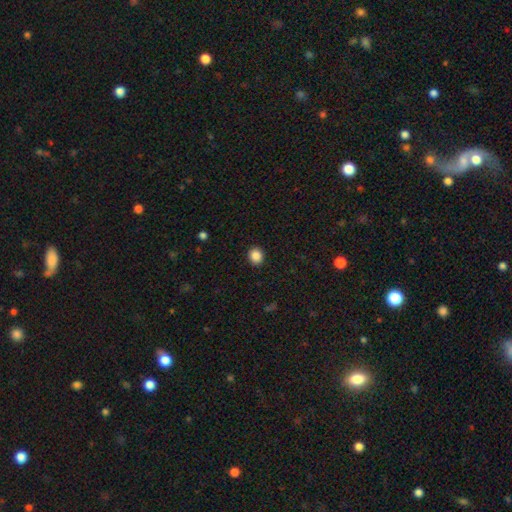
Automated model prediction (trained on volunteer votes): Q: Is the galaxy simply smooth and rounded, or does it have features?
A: smooth — 87%.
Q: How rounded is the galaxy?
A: round — 74%.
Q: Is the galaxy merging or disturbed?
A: none — 91%.